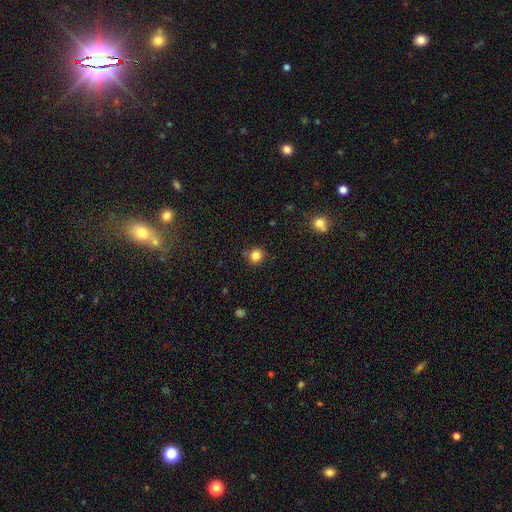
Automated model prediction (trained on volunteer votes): Q: Smooth or featured?
A: smooth (83%); runner-up: star or artifact (13%)
Q: How rounded?
A: round (90%); runner-up: in between (9%)
Q: Merging?
A: none (82%); runner-up: minor disturbance (12%)